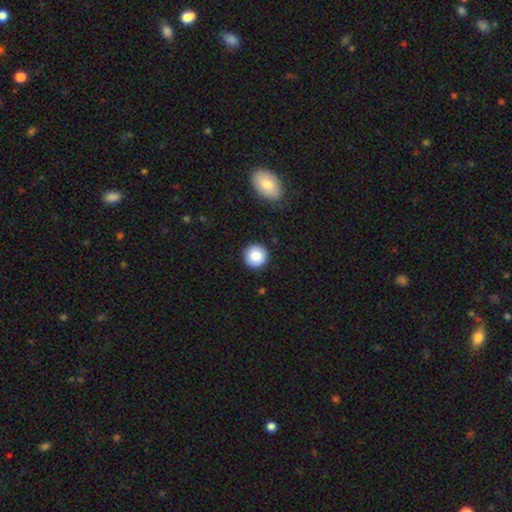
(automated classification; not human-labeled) Smooth or featured: smooth — 86% (star or artifact — 8%)
How rounded: round — 95% (in between — 4%)
Merging: none — 91% (minor disturbance — 6%)